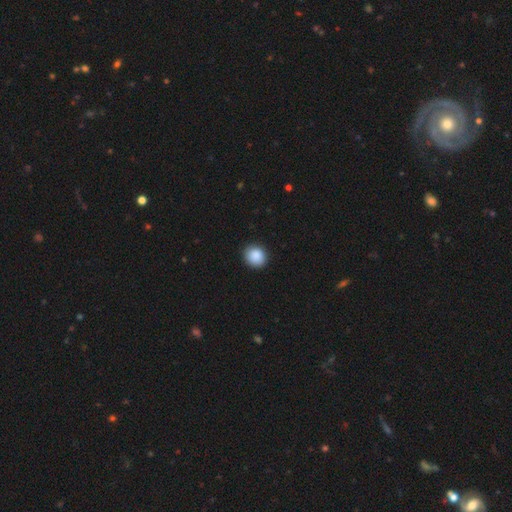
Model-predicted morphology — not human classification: smooth 89%, star or artifact 8%, featured or disk 3%. Down the decision tree: how rounded — round (80%); merging — none (90%).